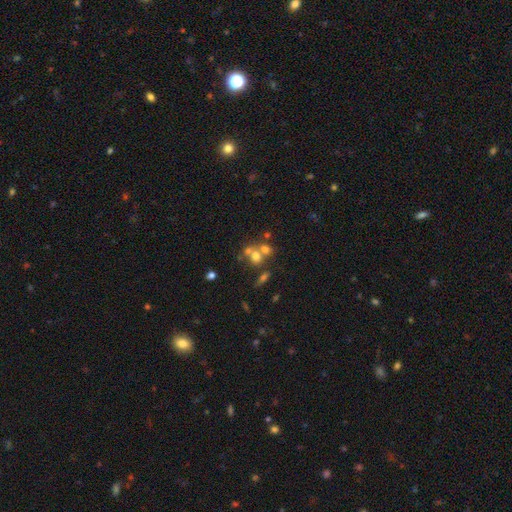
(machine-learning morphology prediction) smooth-or-featured: smooth: 58% | featured or disk: 24% | star or artifact: 18%
  how-rounded: round: 76% | in between: 23% | cigar-shaped: 1%
  merging: merger: 50% | none: 37% | minor disturbance: 8% | major disturbance: 5%